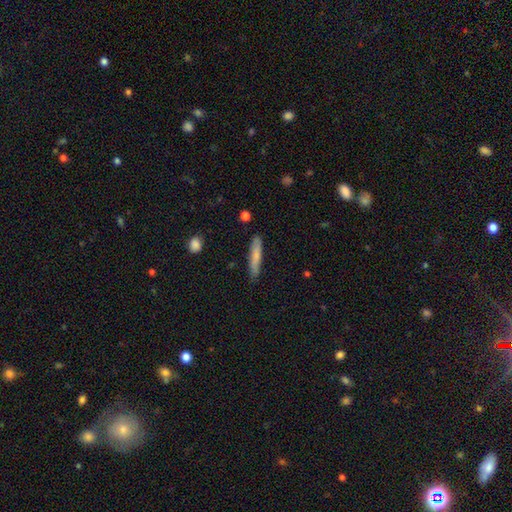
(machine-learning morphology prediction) Smooth or featured? Predicted: smooth (p=0.75). How rounded? Predicted: cigar-shaped (p=0.91). Merging? Predicted: none (p=0.84).